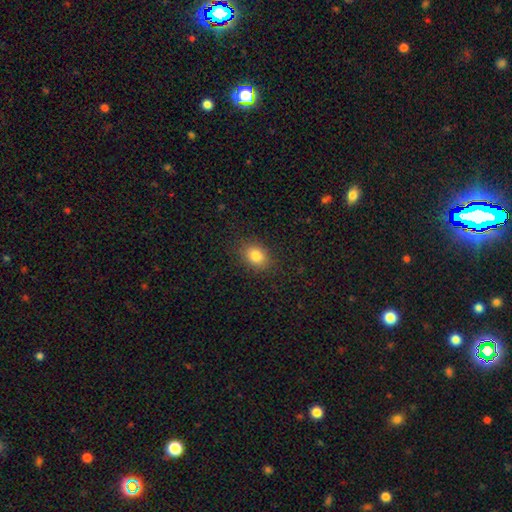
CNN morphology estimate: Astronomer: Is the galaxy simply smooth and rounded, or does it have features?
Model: smooth — 83%.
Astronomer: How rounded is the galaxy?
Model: in between — 55% (runner-up: round, 44%).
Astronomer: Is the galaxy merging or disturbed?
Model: none — 87%.